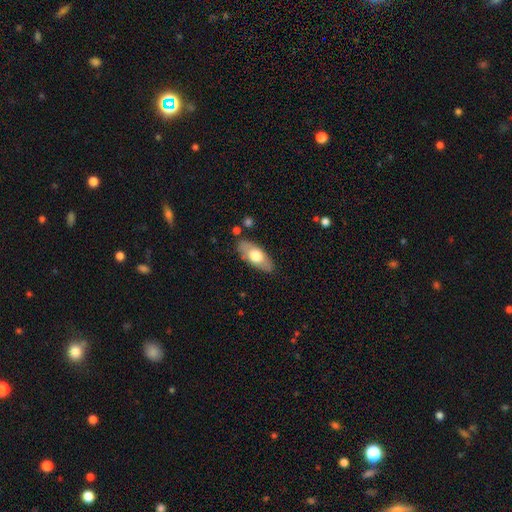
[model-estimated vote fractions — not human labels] Q: Smooth or featured?
A: smooth (60%); runner-up: featured or disk (34%)
Q: How rounded?
A: in between (82%); runner-up: cigar-shaped (14%)
Q: Merging?
A: none (82%); runner-up: minor disturbance (13%)